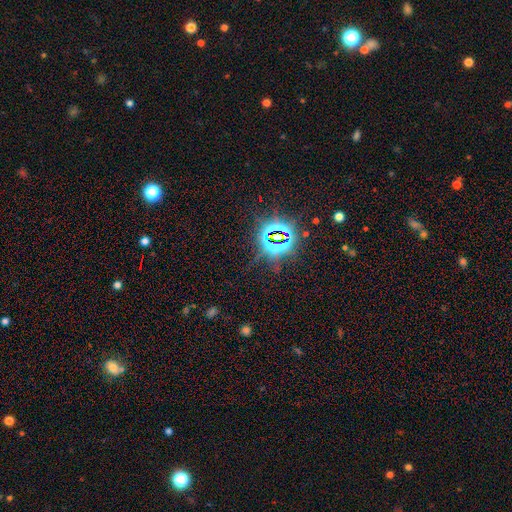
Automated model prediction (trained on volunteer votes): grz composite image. It shows a star or artifact, not a galaxy (83%).